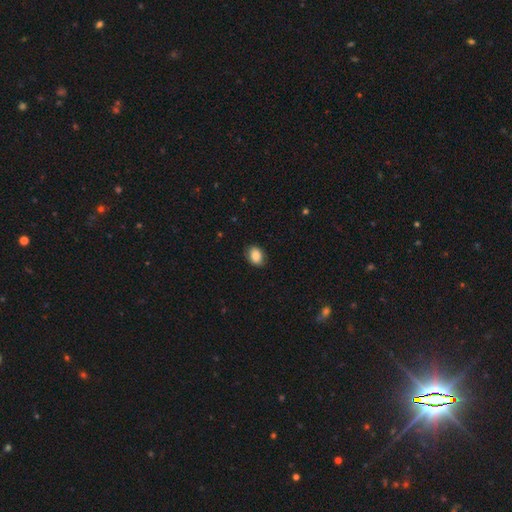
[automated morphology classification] Q: Smooth or featured?
A: smooth (86%); runner-up: star or artifact (7%)
Q: How rounded?
A: in between (74%); runner-up: round (25%)
Q: Merging?
A: none (83%); runner-up: minor disturbance (13%)